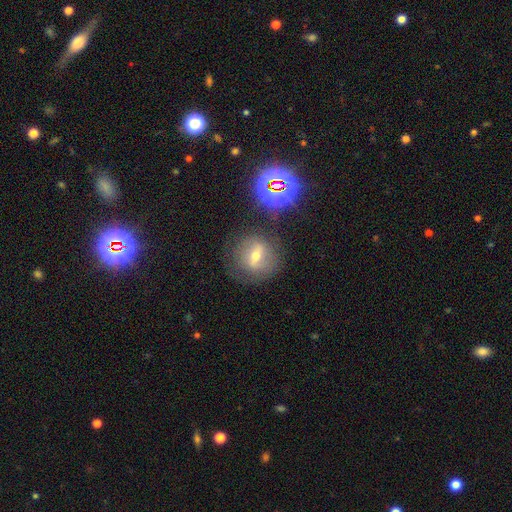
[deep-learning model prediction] A featured or disk galaxy (46%).

Vote fractions:
- Smooth or featured? featured or disk: 46% / smooth: 31% / star or artifact: 23%
- Merging? none: 74% / minor disturbance: 14% / major disturbance: 7% / merger: 4%